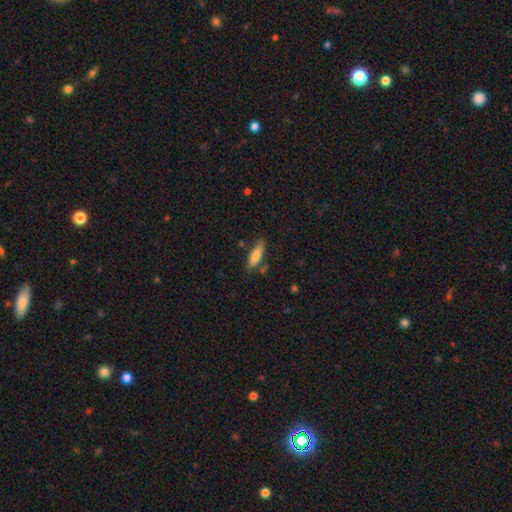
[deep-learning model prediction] The model was most divided on "how rounded": cigar-shaped: 57%, in between: 41%, round: 2%. More confident: merging — none (77%); smooth or featured — smooth (76%).